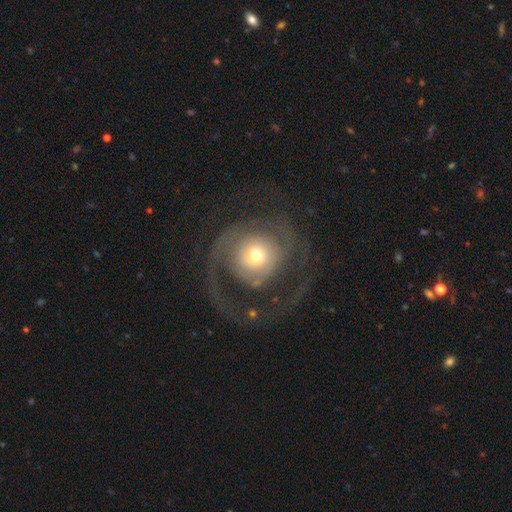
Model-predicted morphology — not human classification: A featured or disk galaxy (65%) with no bar (81%), spiral arms (74%) and a moderate central bulge (57%).

Vote fractions:
- Smooth or featured? featured or disk: 65% / smooth: 28% / star or artifact: 7%
- Edge-on disk? no: 97% / yes: 3%
- Bar? no: 81% / weak: 15% / strong: 4%
- Spiral arms? yes: 74% / no: 26%
- Bulge size? moderate: 57% / small: 28% / large: 12% / dominant: 3% / none: 1%
- Merging? major disturbance: 46% / none: 40% / minor disturbance: 12% / merger: 3%